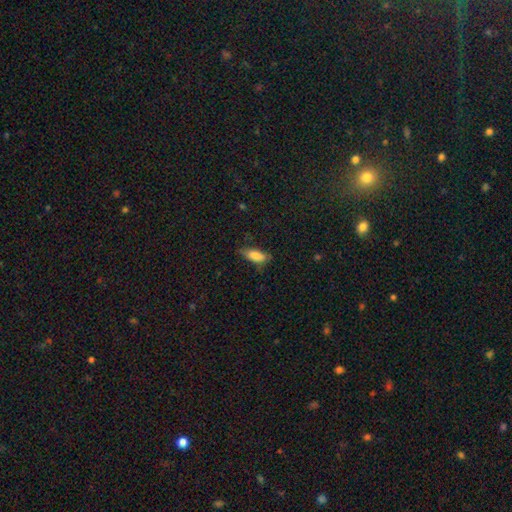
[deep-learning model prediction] Smooth or featured? smooth (83%)
How rounded? in between (74%)
Merging? none (67%)